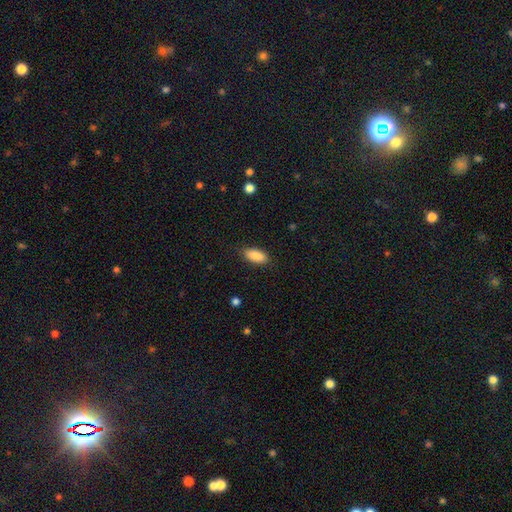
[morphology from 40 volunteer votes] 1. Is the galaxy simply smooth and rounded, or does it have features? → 88% smooth, 8% star or artifact, 5% featured or disk.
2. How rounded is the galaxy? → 86% in between, 11% cigar-shaped, 3% round.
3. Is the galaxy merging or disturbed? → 92% none, 5% minor disturbance, 3% major disturbance, 0% merger.